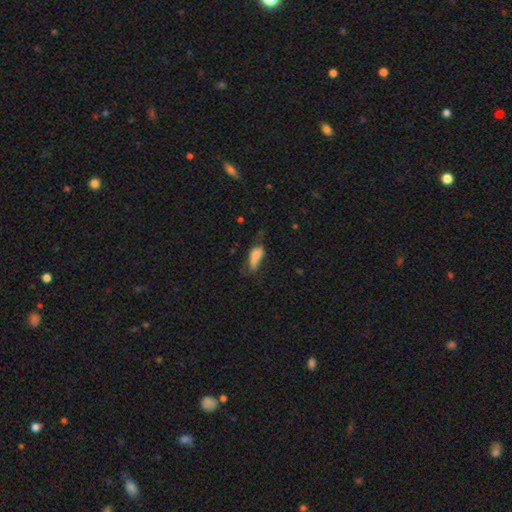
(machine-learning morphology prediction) type=smooth (69%); roundness=in between (76%); merging=none (29%).